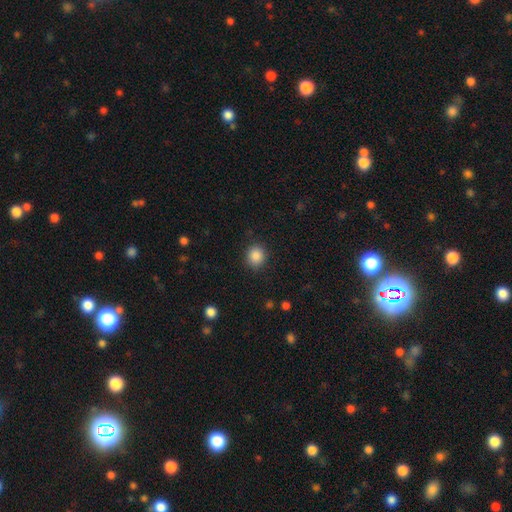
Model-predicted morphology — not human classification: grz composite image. It shows a smooth galaxy with no disk features (87%) that is round (81%). Merging: none (88%).